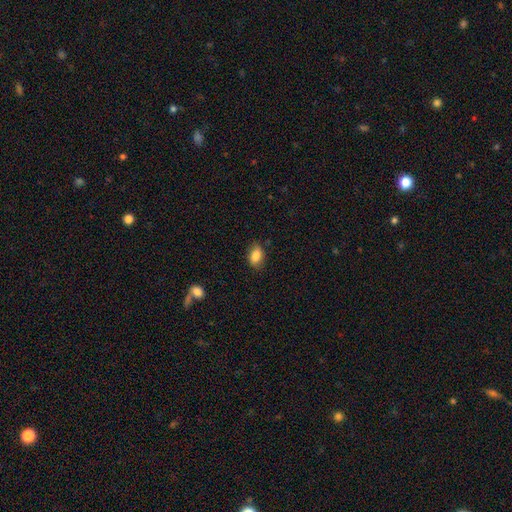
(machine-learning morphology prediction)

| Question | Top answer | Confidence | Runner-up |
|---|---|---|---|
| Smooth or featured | smooth | 84% | featured or disk (8%) |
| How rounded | in between | 84% | round (15%) |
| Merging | none | 80% | minor disturbance (15%) |